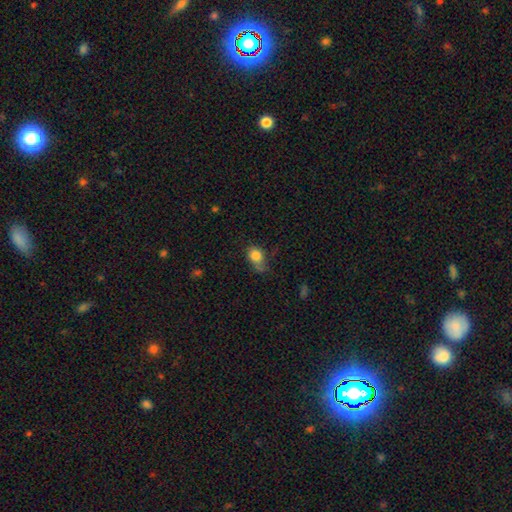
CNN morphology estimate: Smooth or featured? Predicted: smooth (p=0.81). How rounded? Predicted: in between (p=0.56). Merging? Predicted: none (p=0.44).